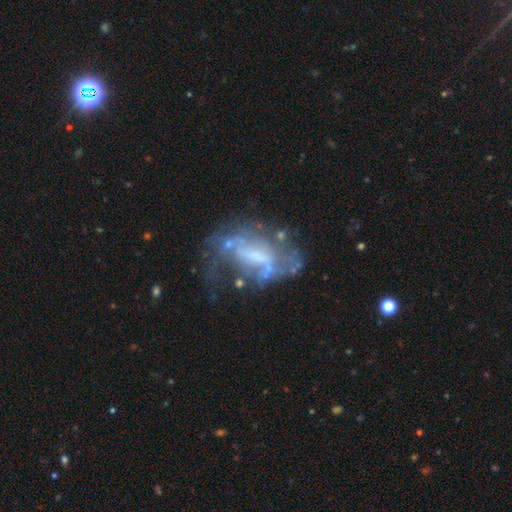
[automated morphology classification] This appears to be a featured or disk galaxy (71%) with no bar (41%), no spiral arms (52%) and no central bulge (32%). Merging: major disturbance (35%).